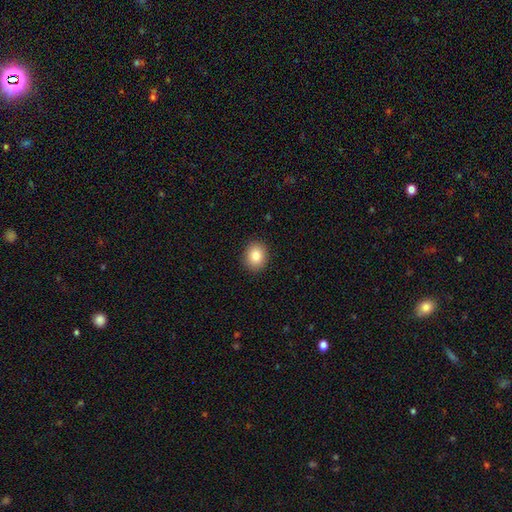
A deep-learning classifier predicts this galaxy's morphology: Overall: smooth (84%). How rounded: round (67%; in between 32%). Merging: none (91%).